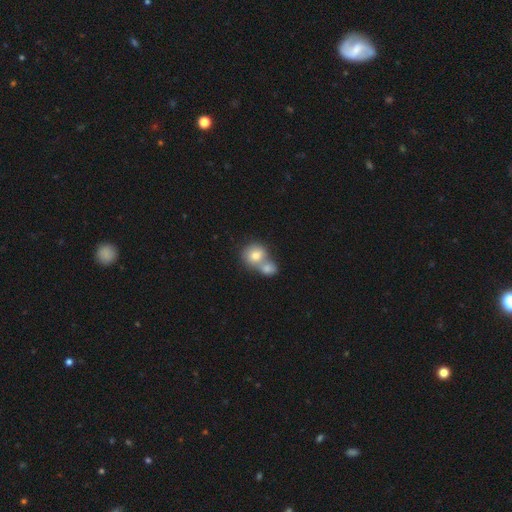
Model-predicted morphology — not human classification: smooth-or-featured: smooth: 77% | featured or disk: 14% | star or artifact: 9%
  how-rounded: round: 75% | in between: 24% | cigar-shaped: 1%
  merging: merger: 65% | none: 27% | minor disturbance: 6% | major disturbance: 3%